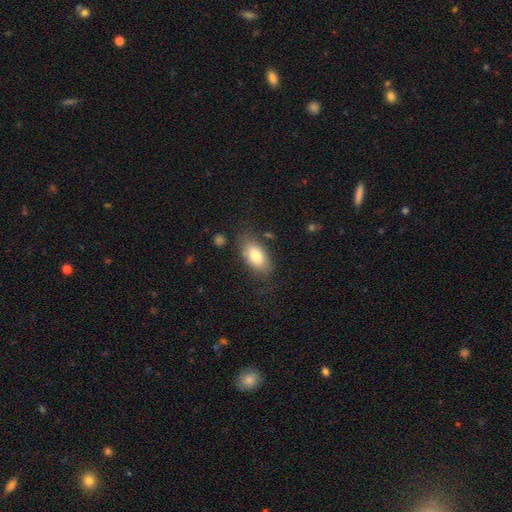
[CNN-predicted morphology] A smooth galaxy with no disk features (78%) that is in between round and cigar-shaped (91%). Merging: none (74%).